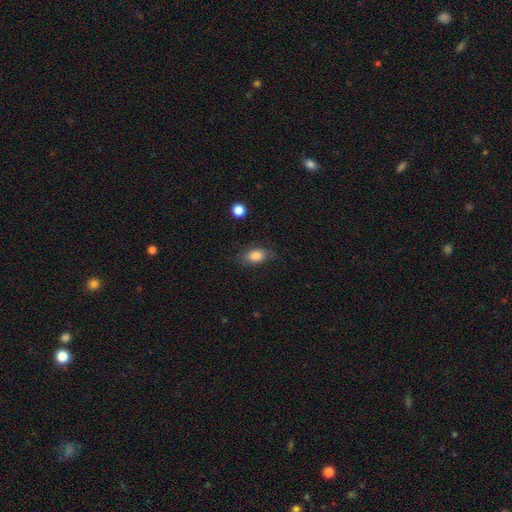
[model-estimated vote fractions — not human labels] smooth-or-featured: smooth: 83% | featured or disk: 9% | star or artifact: 8%
  how-rounded: in between: 85% | round: 11% | cigar-shaped: 3%
  merging: none: 75% | minor disturbance: 18% | major disturbance: 5% | merger: 1%